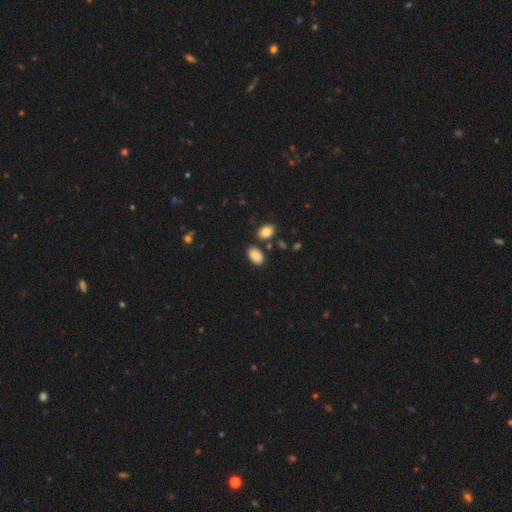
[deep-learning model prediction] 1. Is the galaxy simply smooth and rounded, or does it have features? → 88% smooth, 8% star or artifact, 4% featured or disk.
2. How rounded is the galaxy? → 90% in between, 9% round, 1% cigar-shaped.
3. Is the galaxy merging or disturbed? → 76% none, 12% minor disturbance, 9% merger, 3% major disturbance.